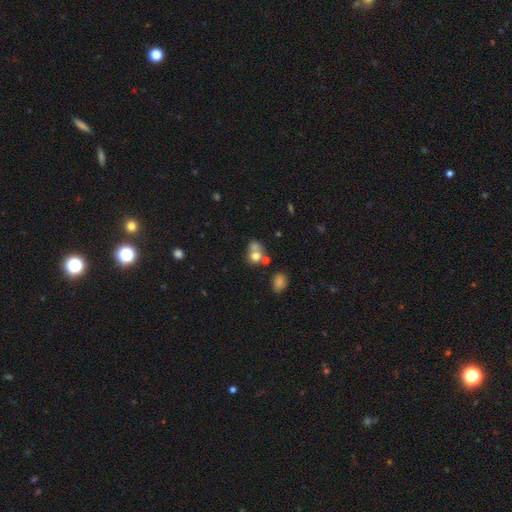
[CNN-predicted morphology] The model was most divided on "merging": merger: 50%, none: 31%, minor disturbance: 12%, major disturbance: 7%. More confident: smooth or featured — smooth (70%); how rounded — round (64%).